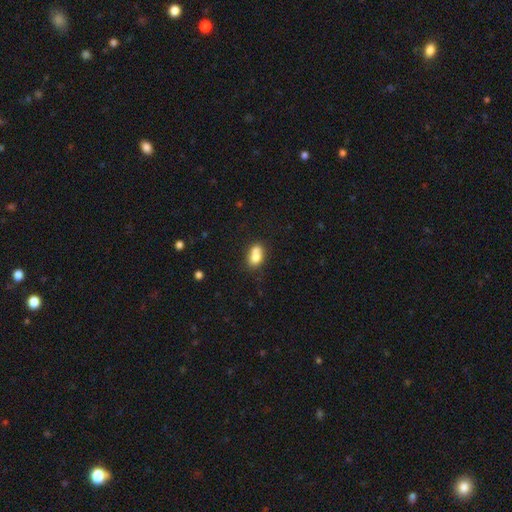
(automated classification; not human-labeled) A smooth galaxy with no disk features (74%) that is in between round and cigar-shaped (70%).

Vote fractions:
- Smooth or featured? smooth: 74% / featured or disk: 16% / star or artifact: 10%
- How rounded? in between: 70% / round: 28% / cigar-shaped: 2%
- Merging? merger: 48% / none: 35% / minor disturbance: 13% / major disturbance: 5%